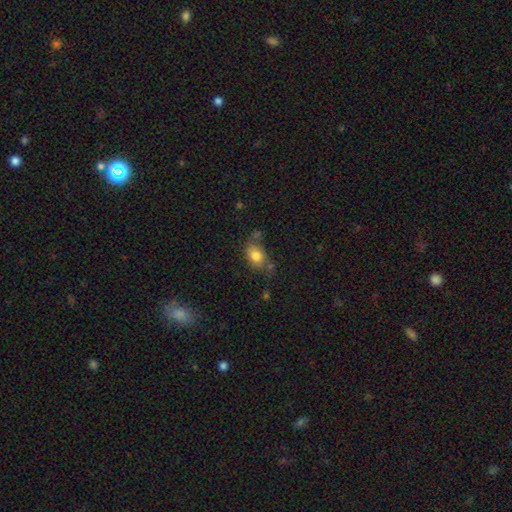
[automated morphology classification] smooth_or_featured: smooth (p=0.81) [alt: featured or disk p=0.11]
how_rounded: in between (p=0.75) [alt: round p=0.23]
merging: none (p=0.57) [alt: minor disturbance p=0.23]